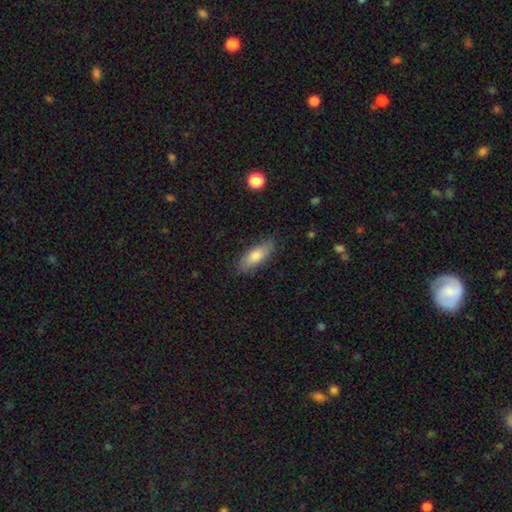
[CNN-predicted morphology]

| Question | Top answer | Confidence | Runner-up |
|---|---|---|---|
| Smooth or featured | smooth | 77% | featured or disk (17%) |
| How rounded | in between | 68% | cigar-shaped (30%) |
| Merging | none | 83% | minor disturbance (13%) |